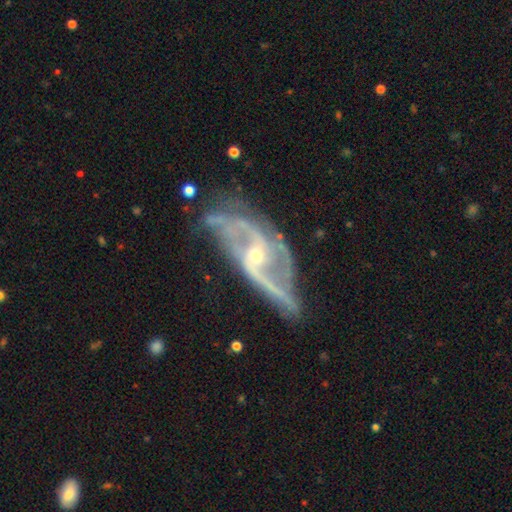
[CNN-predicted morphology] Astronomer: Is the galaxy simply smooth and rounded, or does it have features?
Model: featured or disk — 89%.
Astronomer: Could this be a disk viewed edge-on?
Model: no — 91%.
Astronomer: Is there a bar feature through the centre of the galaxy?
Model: no — 43% (runner-up: weak, 38%).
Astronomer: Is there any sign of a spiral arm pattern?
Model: yes — 96%.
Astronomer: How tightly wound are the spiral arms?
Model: medium — 45% (runner-up: loose, 35%).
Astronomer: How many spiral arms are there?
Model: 2 — 60%.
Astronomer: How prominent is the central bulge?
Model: small — 63%.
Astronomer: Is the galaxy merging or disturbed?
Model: none — 56%.